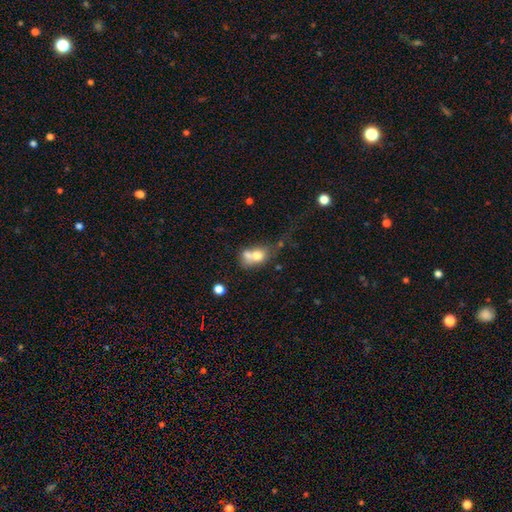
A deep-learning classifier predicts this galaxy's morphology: smooth 68%, featured or disk 21%, star or artifact 10%. Down the decision tree: how rounded — in between (59%); merging — merger (58%).